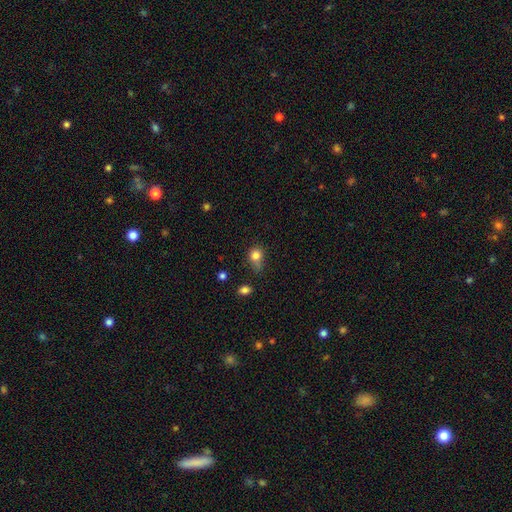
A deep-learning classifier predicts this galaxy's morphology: A smooth galaxy with no disk features (80%) that is round (69%). Merging: none (41%).